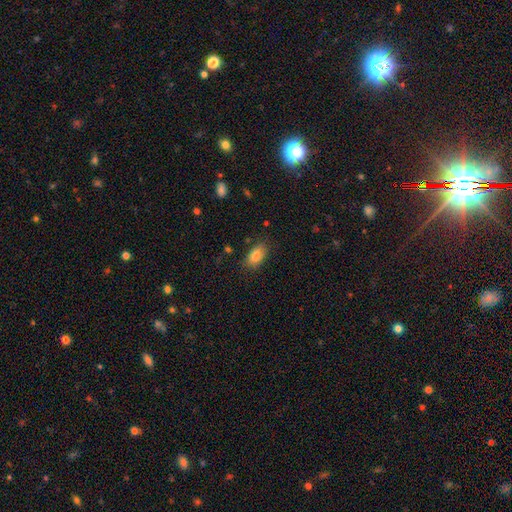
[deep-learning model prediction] Smooth or featured? Predicted: smooth (p=0.82). How rounded? Predicted: in between (p=0.89). Merging? Predicted: none (p=0.81).